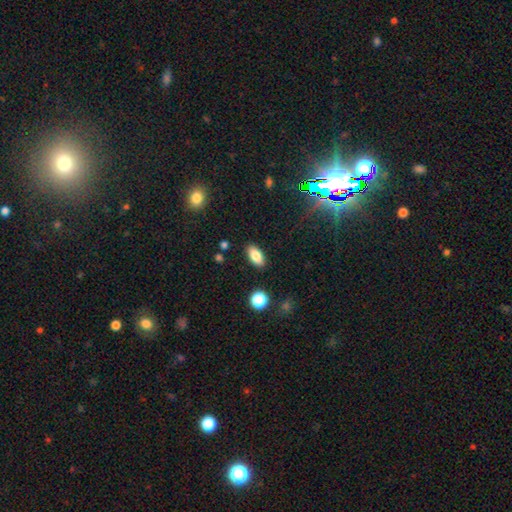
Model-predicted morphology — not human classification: Smooth or featured? smooth (83%)
How rounded? in between (90%)
Merging? none (88%)